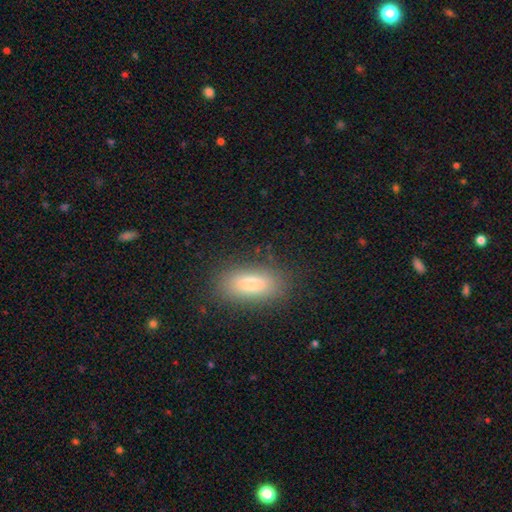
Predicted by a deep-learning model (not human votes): Q: Smooth or featured?
A: smooth (76%); runner-up: star or artifact (14%)
Q: How rounded?
A: in between (87%); runner-up: cigar-shaped (8%)
Q: Merging?
A: none (88%); runner-up: minor disturbance (9%)